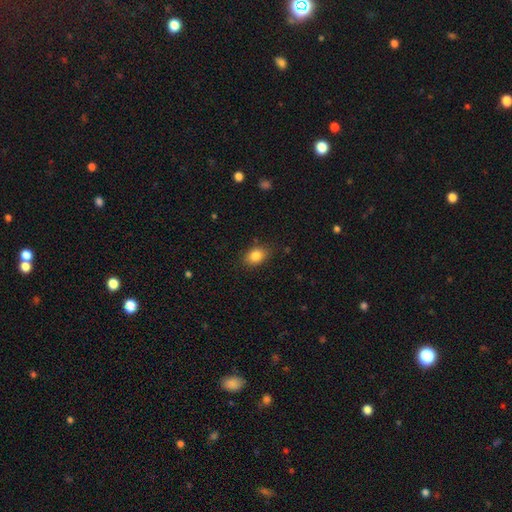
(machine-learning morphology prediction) type=smooth (85%); roundness=in between (76%); merging=none (82%).